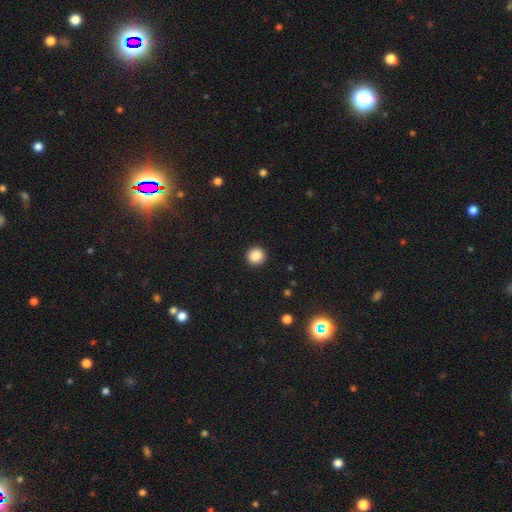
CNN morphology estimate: Overall: smooth (88%). How rounded: round (94%). Merging: none (93%).